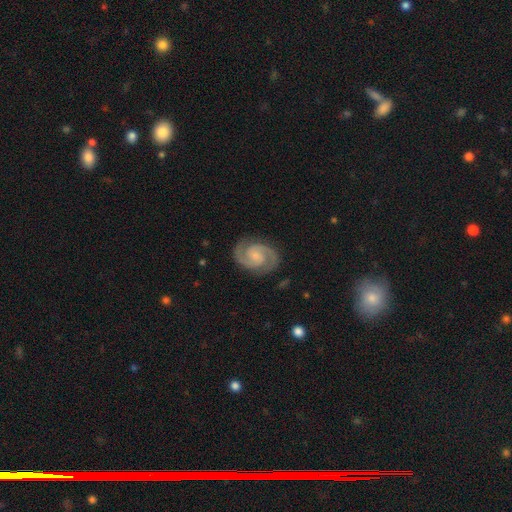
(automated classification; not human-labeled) Q: Smooth or featured?
A: featured or disk (92%); runner-up: smooth (4%)
Q: Edge-on disk?
A: no (98%); runner-up: yes (2%)
Q: Bar?
A: no (52%); runner-up: weak (39%)
Q: Spiral arms?
A: yes (98%); runner-up: no (2%)
Q: Spiral winding?
A: medium (52%); runner-up: tight (41%)
Q: Spiral arm count?
A: 2 (94%); runner-up: can't tell (2%)
Q: Bulge size?
A: small (57%); runner-up: moderate (25%)
Q: Merging?
A: none (86%); runner-up: minor disturbance (10%)